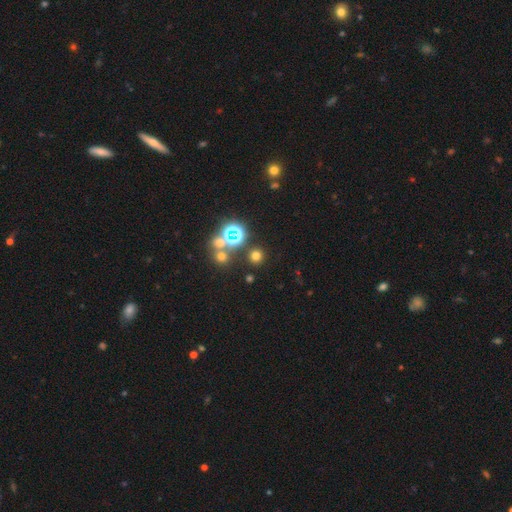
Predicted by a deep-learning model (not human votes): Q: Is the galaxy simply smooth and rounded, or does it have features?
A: smooth — 63%.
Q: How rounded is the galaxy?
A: round — 93%.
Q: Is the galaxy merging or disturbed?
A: none — 84%.